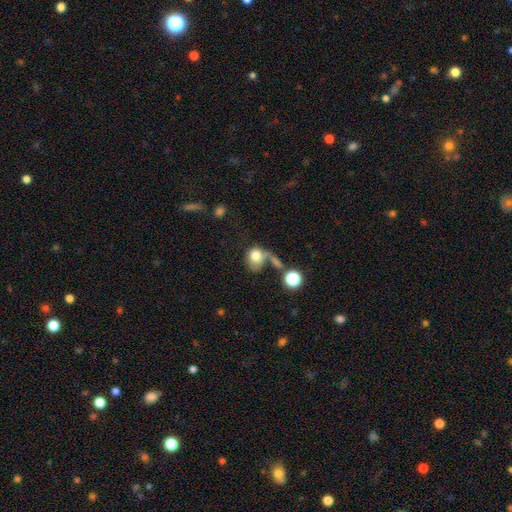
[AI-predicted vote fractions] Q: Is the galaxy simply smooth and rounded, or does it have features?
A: smooth — 74%.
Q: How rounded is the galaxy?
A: round — 57%.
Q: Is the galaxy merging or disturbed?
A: merger — 33%.